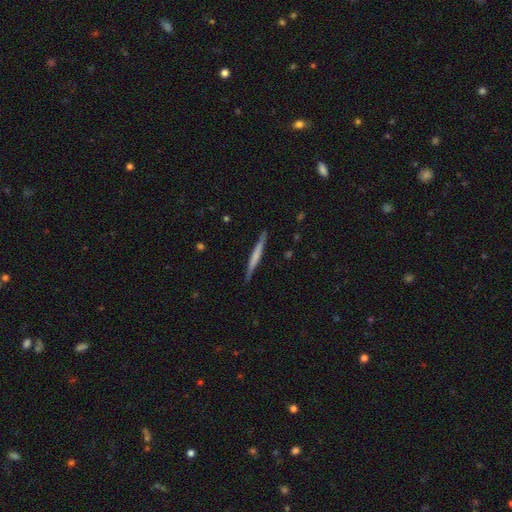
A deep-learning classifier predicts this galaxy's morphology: A featured or disk galaxy (48%). Merging: none (89%).